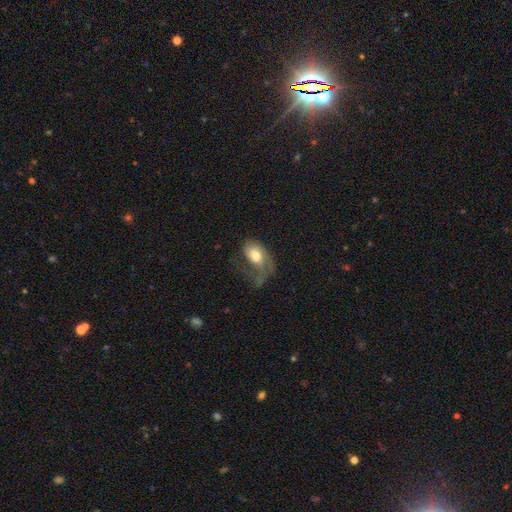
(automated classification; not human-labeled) A featured or disk galaxy (47%).

Vote fractions:
- Smooth or featured? featured or disk: 47% / smooth: 46% / star or artifact: 7%
- Merging? major disturbance: 53% / none: 24% / minor disturbance: 21% / merger: 3%